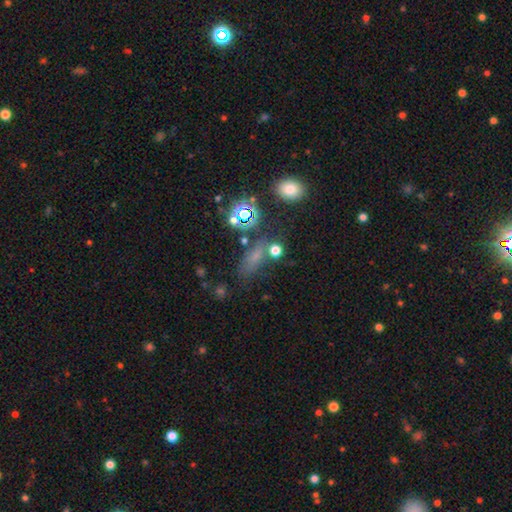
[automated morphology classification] Smooth or featured? smooth (55%)
How rounded? in between (59%)
Merging? none (62%)